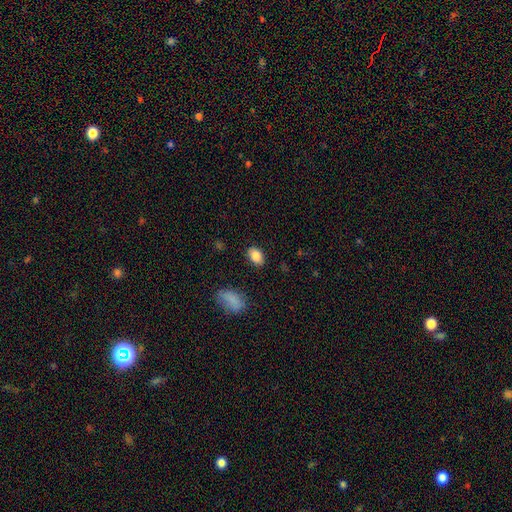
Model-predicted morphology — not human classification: This is clearly a smooth galaxy (86%). How rounded: clearly in between (85%). Merging: clearly none (86%).